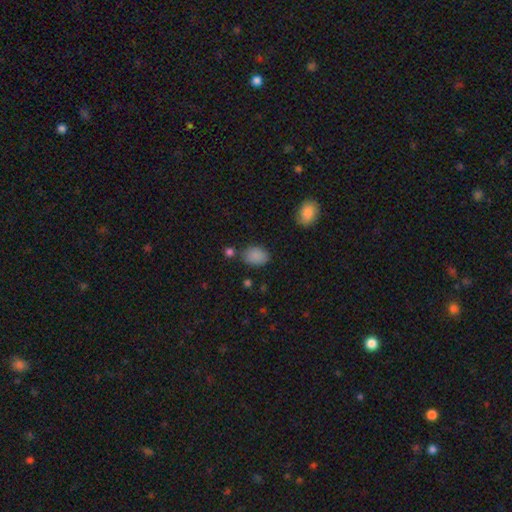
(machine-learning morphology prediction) Smooth or featured? smooth (87%)
How rounded? in between (81%)
Merging? none (74%)